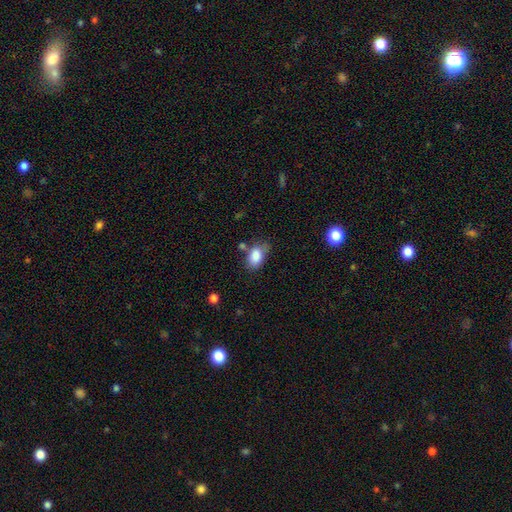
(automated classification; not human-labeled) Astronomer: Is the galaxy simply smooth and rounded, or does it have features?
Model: smooth — 84%.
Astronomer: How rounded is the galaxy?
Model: in between — 87%.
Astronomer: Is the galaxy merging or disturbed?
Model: none — 58%.